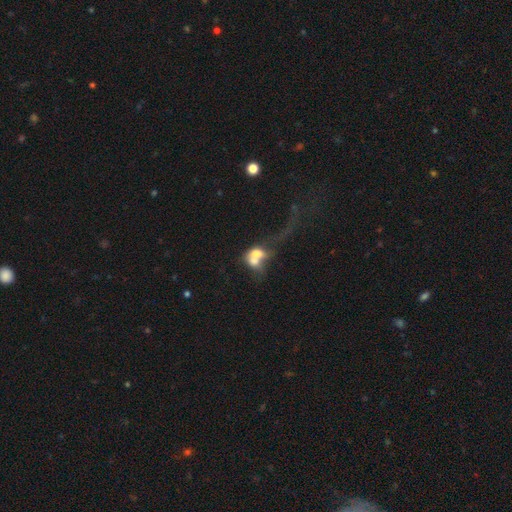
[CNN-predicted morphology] The model was most divided on "smooth or featured": smooth: 53%, featured or disk: 37%, star or artifact: 11%. More confident: merging — merger (63%); how rounded — in between (63%).